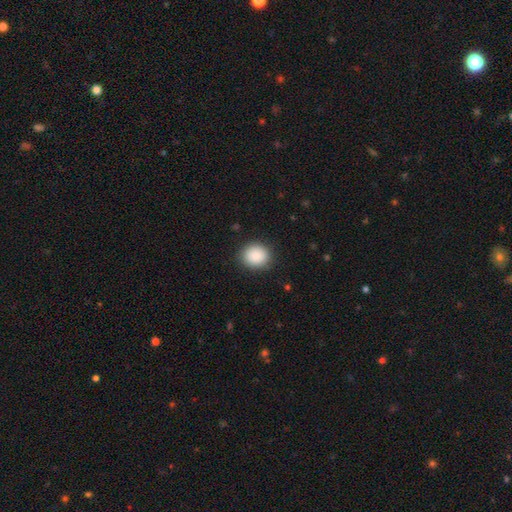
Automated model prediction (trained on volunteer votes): Smooth or featured: smooth — 89% (star or artifact — 8%)
How rounded: round — 77% (in between — 22%)
Merging: none — 89% (minor disturbance — 8%)